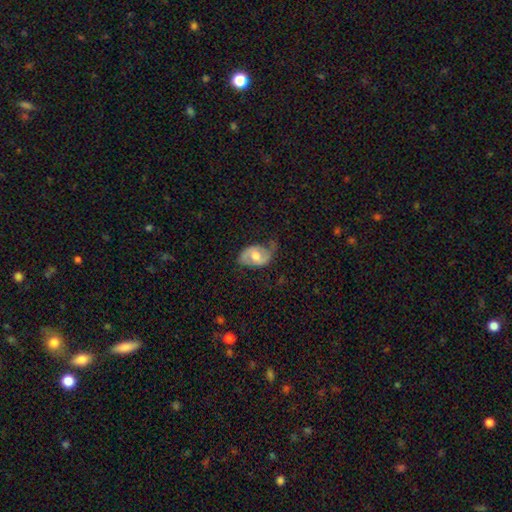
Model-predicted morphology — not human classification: Smooth or featured? Predicted: featured or disk (p=0.61). Edge-on disk? Predicted: no (p=0.96). Bar? Predicted: no (p=0.53). Spiral arms? Predicted: yes (p=0.80). Bulge size? Predicted: moderate (p=0.75). Merging? Predicted: none (p=0.56).